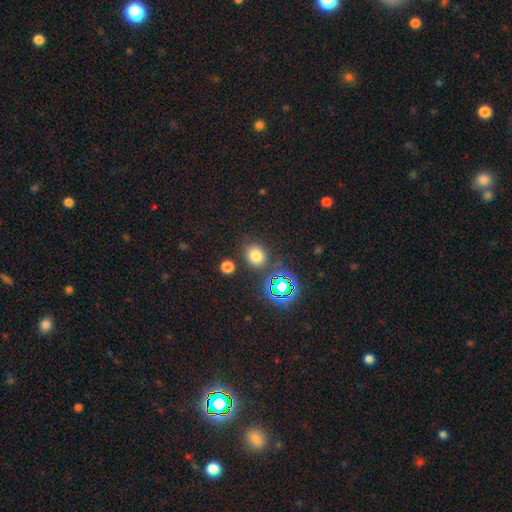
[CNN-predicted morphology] smooth_or_featured: smooth (p=0.70) [alt: star or artifact p=0.23]
how_rounded: round (p=0.73) [alt: in between p=0.26]
merging: none (p=0.79) [alt: minor disturbance p=0.11]